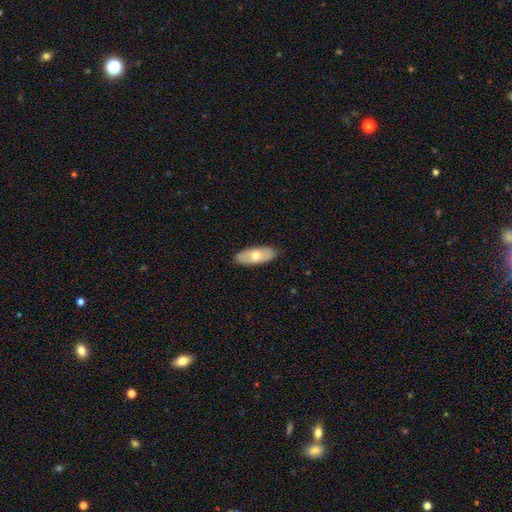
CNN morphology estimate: smooth-or-featured: smooth: 64% | featured or disk: 31% | star or artifact: 6%
  how-rounded: in between: 82% | cigar-shaped: 15% | round: 3%
  merging: none: 87% | minor disturbance: 10% | major disturbance: 2% | merger: 1%